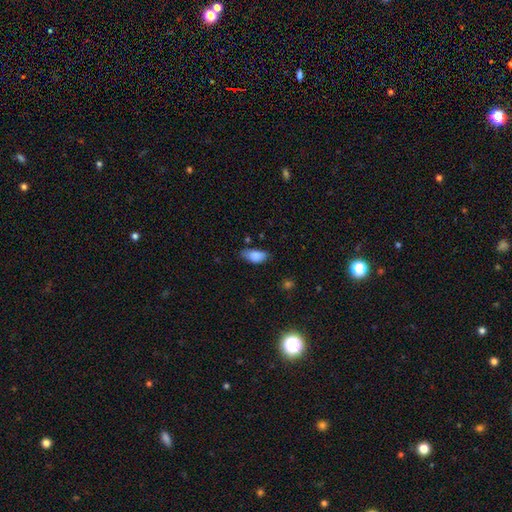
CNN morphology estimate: Smooth or featured? Predicted: smooth (p=0.86). How rounded? Predicted: in between (p=0.91). Merging? Predicted: none (p=0.62).